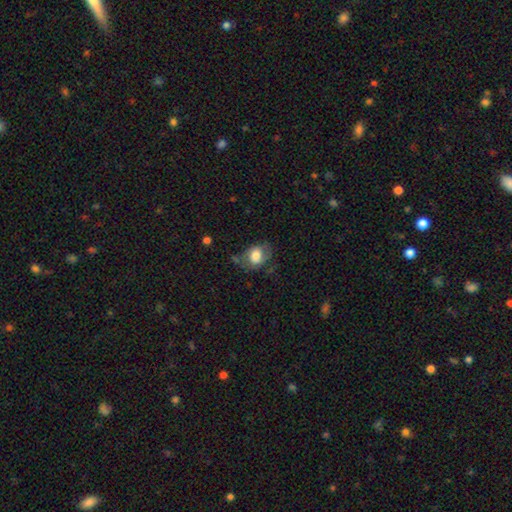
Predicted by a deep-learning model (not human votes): smooth_or_featured: smooth (p=0.66) [alt: featured or disk p=0.26]
how_rounded: in between (p=0.64) [alt: round p=0.35]
merging: none (p=0.50) [alt: minor disturbance p=0.29]